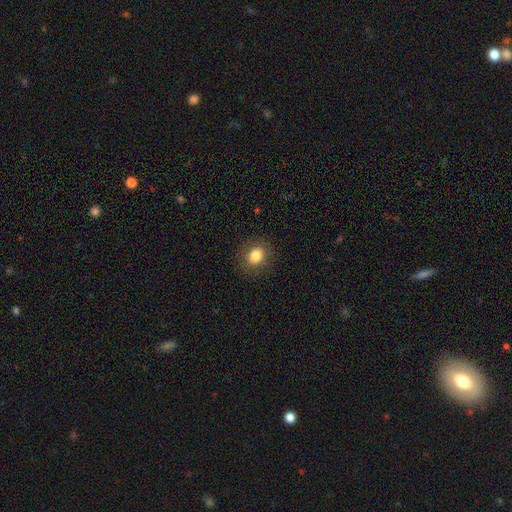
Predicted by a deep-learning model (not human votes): This is clearly a smooth galaxy (81%). How rounded: likely round (69%). Merging: clearly none (88%).